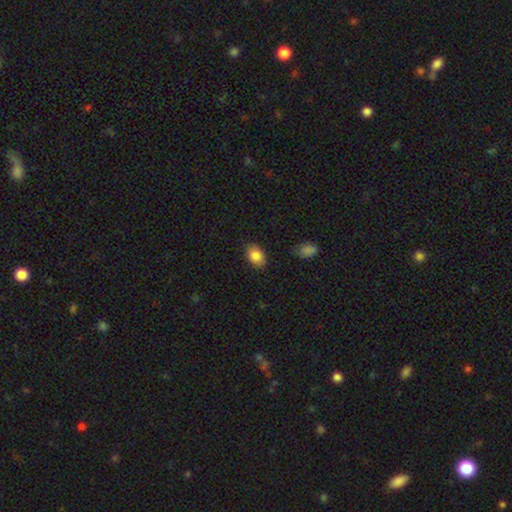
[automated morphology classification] Smooth or featured? smooth (85%)
How rounded? in between (81%)
Merging? none (83%)